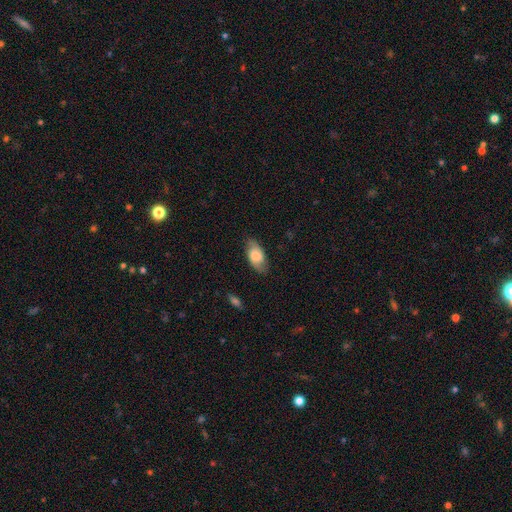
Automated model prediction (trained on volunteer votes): Smooth or featured: smooth — 62% (featured or disk — 31%)
How rounded: in between — 91% (cigar-shaped — 5%)
Merging: none — 78% (minor disturbance — 16%)